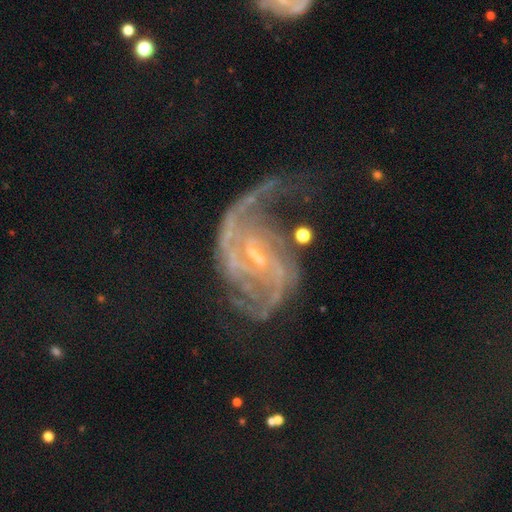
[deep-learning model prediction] Smooth or featured? featured or disk (90%)
Edge-on disk? no (98%)
Bar? weak (55%)
Spiral arms? yes (96%)
Spiral winding? medium (44%)
Spiral arm count? 2 (55%)
Bulge size? small (73%)
Merging? none (40%)